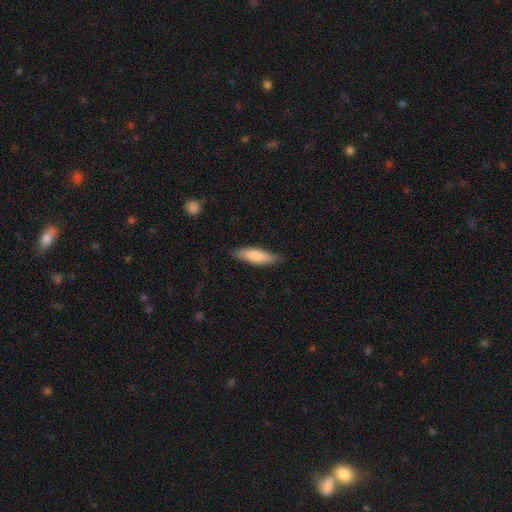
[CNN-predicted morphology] Smooth or featured: smooth — 82% (featured or disk — 13%)
How rounded: cigar-shaped — 57% (in between — 42%)
Merging: none — 84% (minor disturbance — 13%)